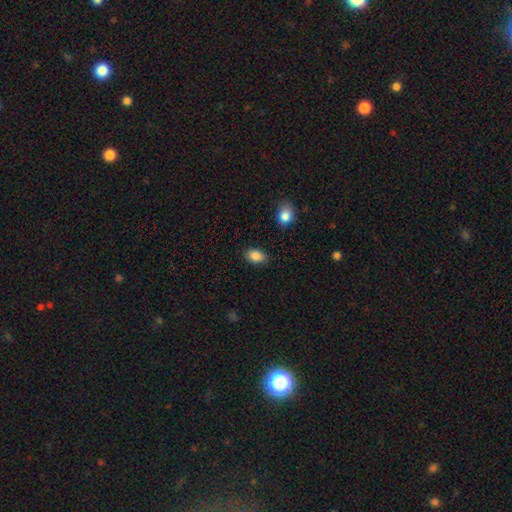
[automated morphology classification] Smooth or featured? smooth (87%)
How rounded? in between (84%)
Merging? none (86%)